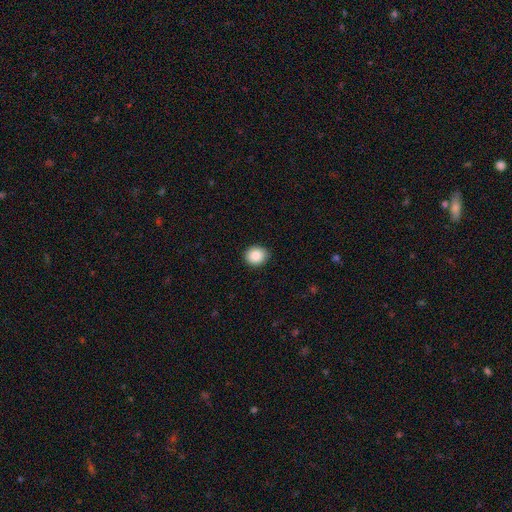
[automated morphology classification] Smooth or featured?
  - smooth: 87% *
  - star or artifact: 8%
  - featured or disk: 4%
How rounded?
  - round: 78% *
  - in between: 21%
  - cigar-shaped: 1%
Merging?
  - none: 89% *
  - minor disturbance: 8%
  - major disturbance: 2%
  - merger: 1%